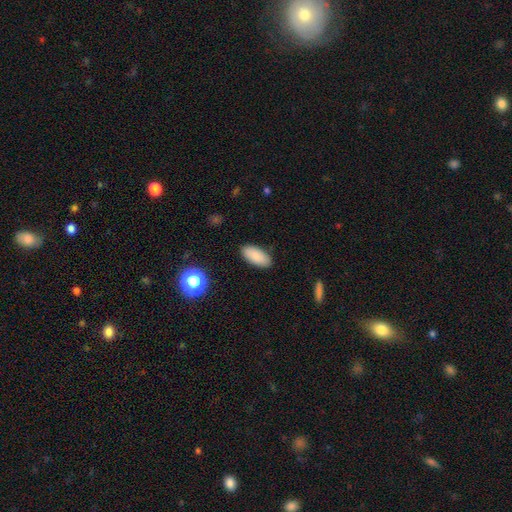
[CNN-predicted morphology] smooth_or_featured: smooth (p=0.87) [alt: star or artifact p=0.08]
how_rounded: in between (p=0.90) [alt: cigar-shaped p=0.08]
merging: none (p=0.89) [alt: minor disturbance p=0.08]